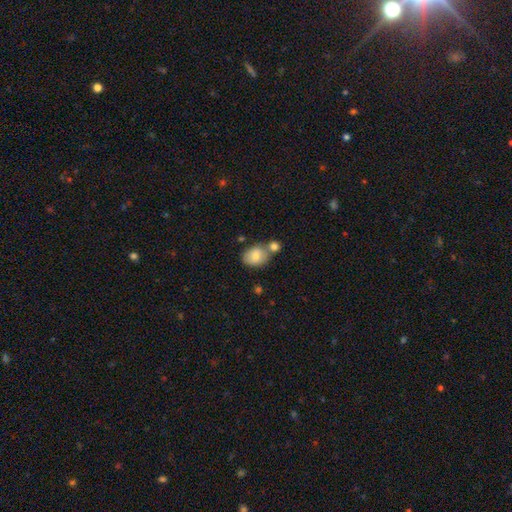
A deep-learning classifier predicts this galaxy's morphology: Overall: smooth (78%). How rounded: in between (66%; round 33%). Merging: none (48%; merger 34%).